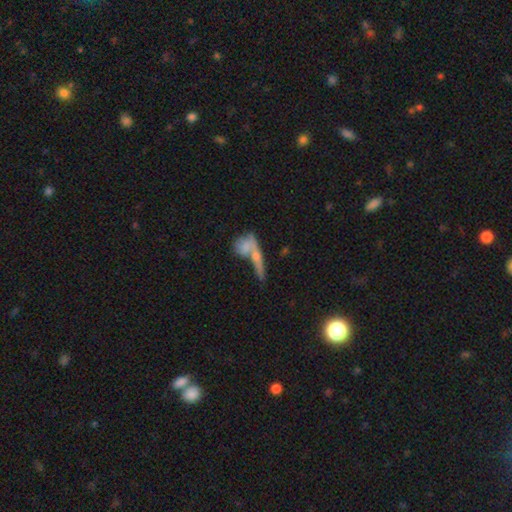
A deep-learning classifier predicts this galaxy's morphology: smooth-or-featured: smooth: 50% | featured or disk: 38% | star or artifact: 12%
  merging: merger: 46% | none: 37% | minor disturbance: 10% | major disturbance: 7%